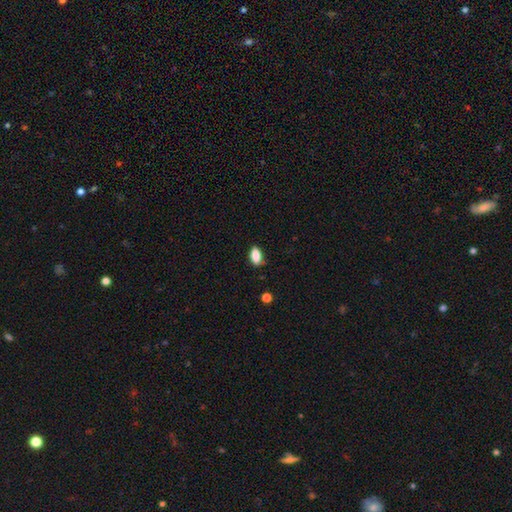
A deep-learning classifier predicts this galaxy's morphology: The model was most divided on "merging": none: 78%, minor disturbance: 18%, major disturbance: 3%, merger: 2%. More confident: how rounded — in between (89%); smooth or featured — smooth (86%).